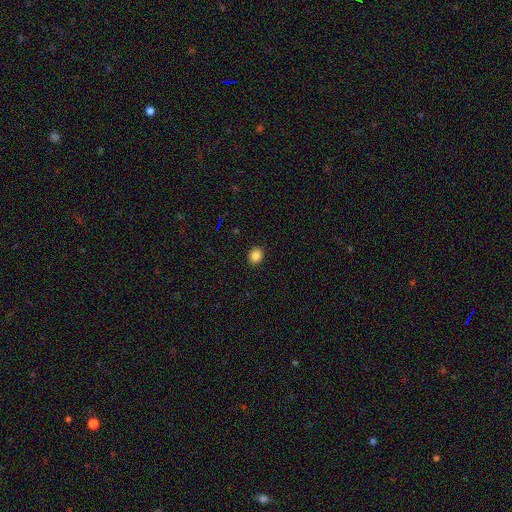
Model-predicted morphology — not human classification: smooth_or_featured: smooth (p=0.85) [alt: star or artifact p=0.11]
how_rounded: round (p=0.59) [alt: in between p=0.40]
merging: none (p=0.91) [alt: minor disturbance p=0.06]